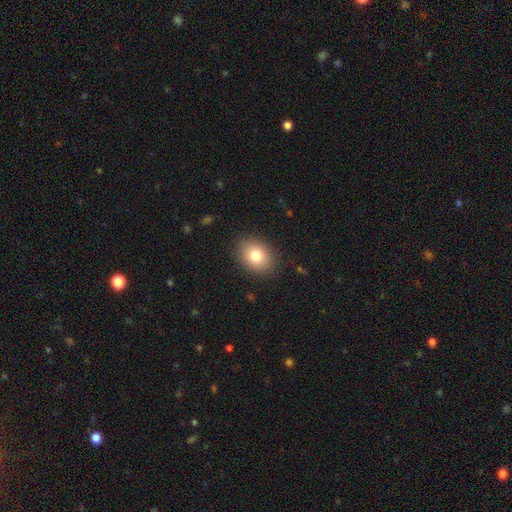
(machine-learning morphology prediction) smooth_or_featured: smooth (p=0.80) [alt: featured or disk p=0.10]
how_rounded: in between (p=0.60) [alt: round p=0.40]
merging: none (p=0.87) [alt: minor disturbance p=0.09]